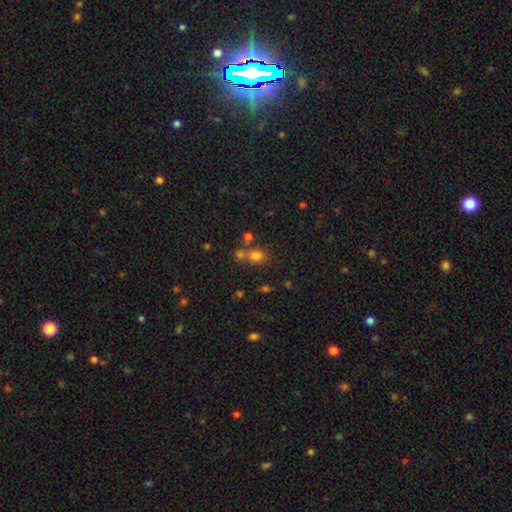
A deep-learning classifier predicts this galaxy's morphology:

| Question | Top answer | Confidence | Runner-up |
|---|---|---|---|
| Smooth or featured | smooth | 72% | star or artifact (19%) |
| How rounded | in between | 53% | round (46%) |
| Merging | none | 56% | merger (28%) |